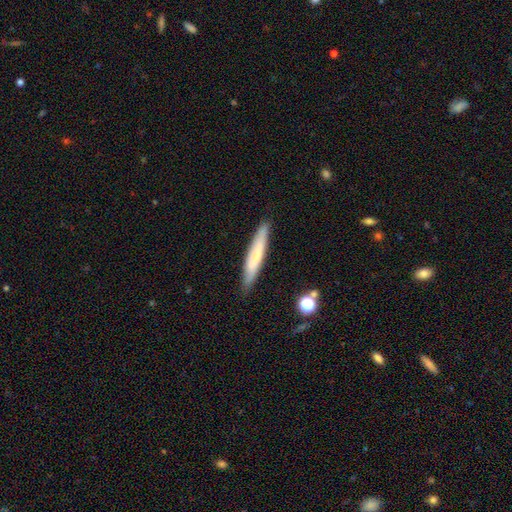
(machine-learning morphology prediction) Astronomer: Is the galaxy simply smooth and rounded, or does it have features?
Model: smooth — 62%.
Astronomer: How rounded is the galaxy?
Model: cigar-shaped — 93%.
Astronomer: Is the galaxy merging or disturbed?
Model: none — 86%.